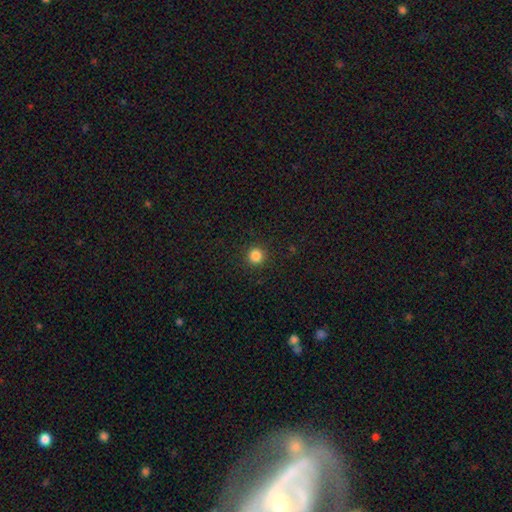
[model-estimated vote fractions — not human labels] The model was most divided on "smooth or featured": smooth: 84%, star or artifact: 12%, featured or disk: 4%. More confident: how rounded — round (95%); merging — none (92%).